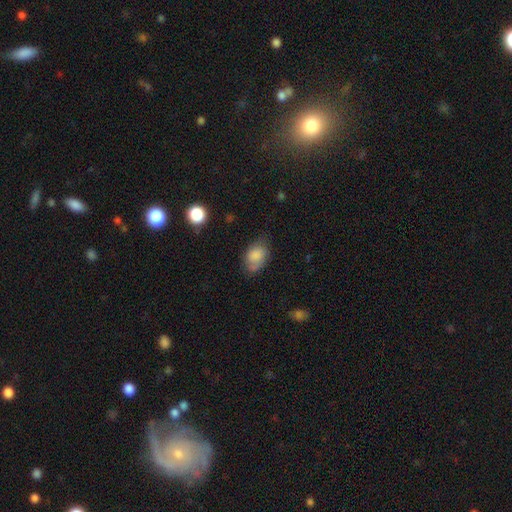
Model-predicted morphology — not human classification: This appears to be a smooth galaxy with no disk features (79%) that is in between round and cigar-shaped (84%). Merging: none (58%).